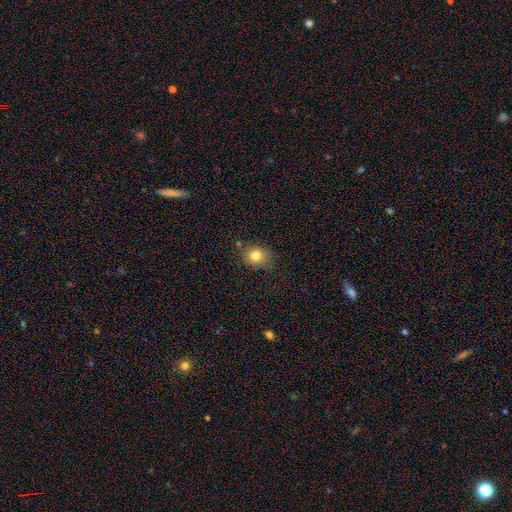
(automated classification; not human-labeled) Q: Smooth or featured?
A: smooth (80%); runner-up: star or artifact (12%)
Q: How rounded?
A: round (72%); runner-up: in between (27%)
Q: Merging?
A: none (77%); runner-up: minor disturbance (15%)